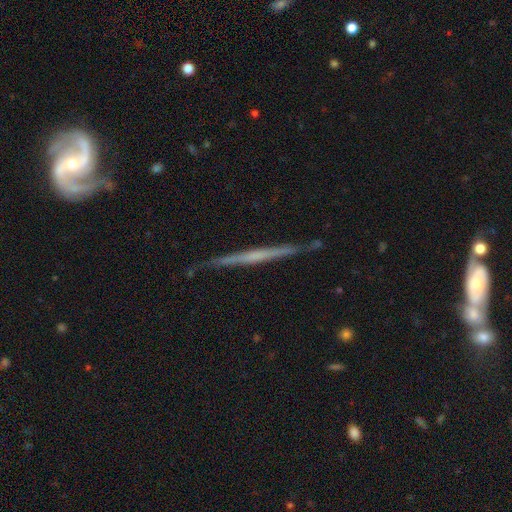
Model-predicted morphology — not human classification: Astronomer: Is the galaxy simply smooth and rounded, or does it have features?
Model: featured or disk — 66%.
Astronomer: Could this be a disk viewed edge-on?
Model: yes — 98%.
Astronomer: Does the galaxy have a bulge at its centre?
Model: none — 76%.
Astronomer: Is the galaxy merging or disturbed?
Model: none — 88%.